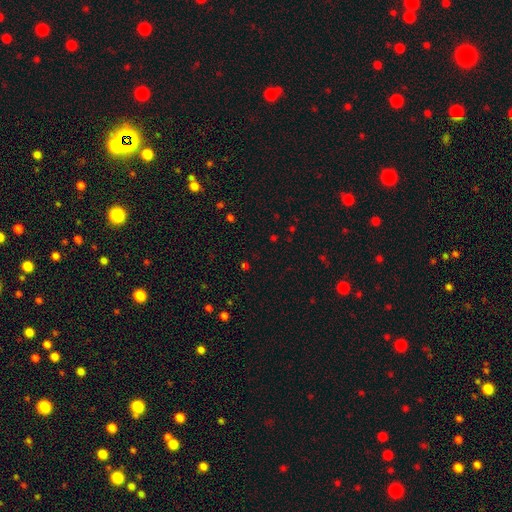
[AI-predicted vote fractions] The model was most divided on "smooth or featured": star or artifact: 54%, smooth: 39%, featured or disk: 7%.